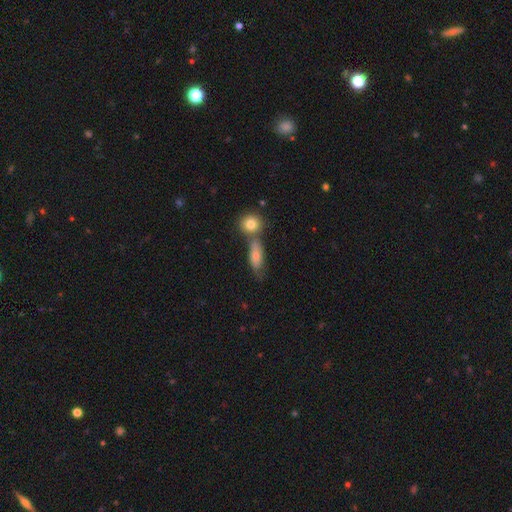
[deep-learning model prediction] This appears to be a smooth galaxy with no disk features (66%) that is in between round and cigar-shaped (64%). Merging: none (46%).